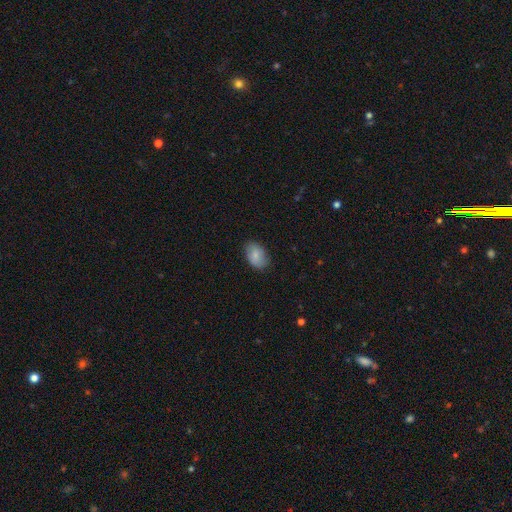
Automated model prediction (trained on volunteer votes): The model was most divided on "merging": none: 81%, minor disturbance: 15%, major disturbance: 3%, merger: 1%. More confident: how rounded — in between (89%); smooth or featured — smooth (81%).